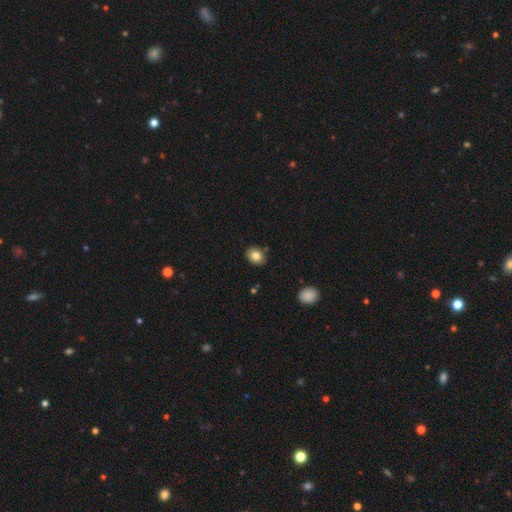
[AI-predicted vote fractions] smooth 83%, star or artifact 9%, featured or disk 8%. Down the decision tree: how rounded — in between (54%); merging — none (84%).